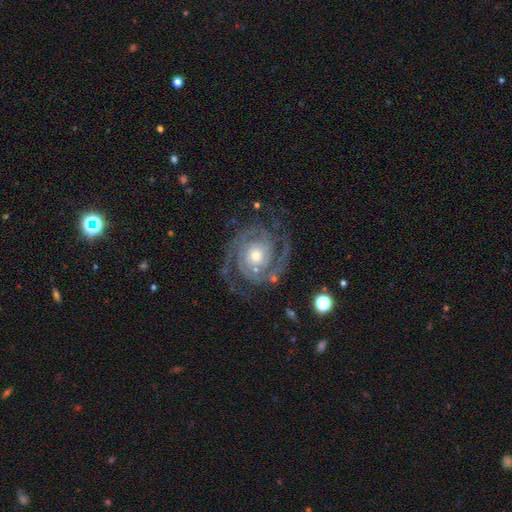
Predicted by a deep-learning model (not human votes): Smooth or featured? featured or disk (92%)
Edge-on disk? no (98%)
Bar? no (72%)
Spiral arms? yes (98%)
Spiral winding? tight (64%)
Spiral arm count? 2 (71%)
Bulge size? moderate (59%)
Merging? none (77%)